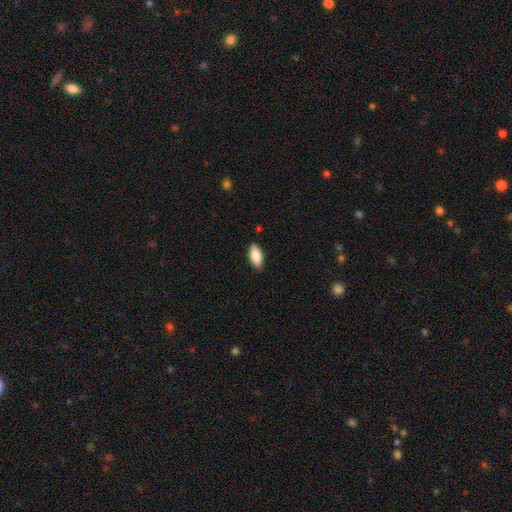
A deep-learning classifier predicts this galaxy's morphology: Smooth or featured?
  - smooth: 85% *
  - featured or disk: 9%
  - star or artifact: 6%
How rounded?
  - in between: 87% *
  - cigar-shaped: 11%
  - round: 2%
Merging?
  - none: 85% *
  - minor disturbance: 12%
  - major disturbance: 2%
  - merger: 1%